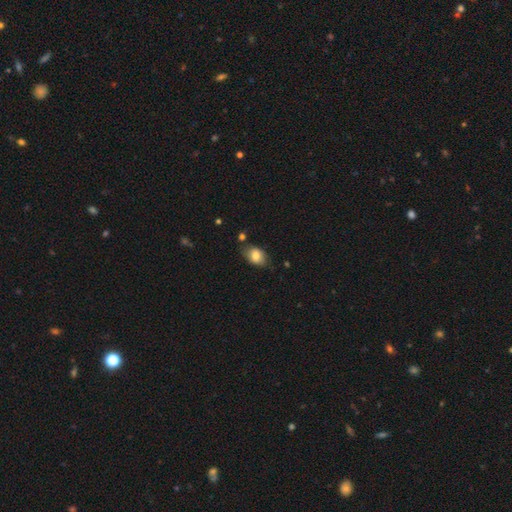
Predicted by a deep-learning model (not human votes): Smooth or featured: smooth — 78% (featured or disk — 14%)
How rounded: in between — 81% (round — 18%)
Merging: none — 68% (minor disturbance — 22%)